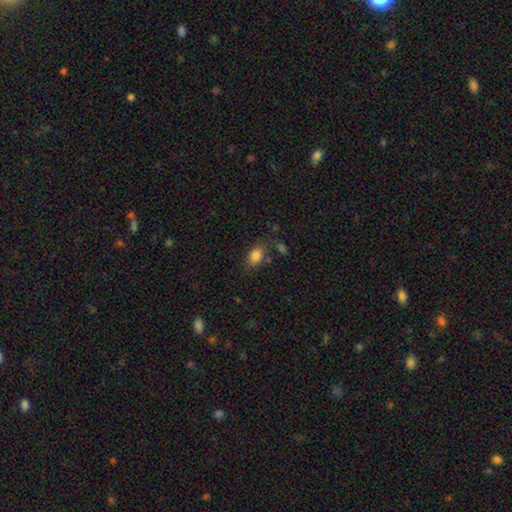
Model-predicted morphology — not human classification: Q: Smooth or featured?
A: smooth (83%); runner-up: star or artifact (9%)
Q: How rounded?
A: in between (80%); runner-up: round (19%)
Q: Merging?
A: none (69%); runner-up: minor disturbance (17%)